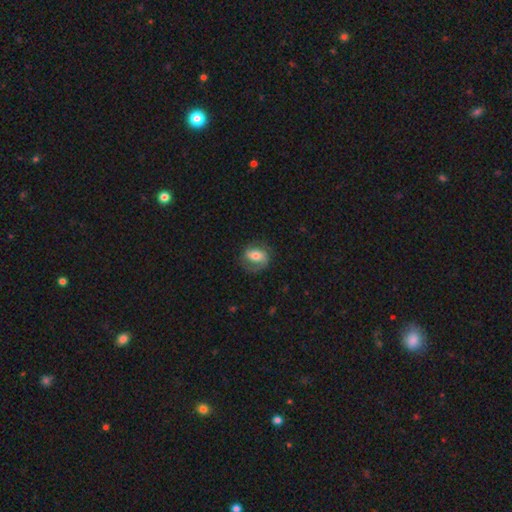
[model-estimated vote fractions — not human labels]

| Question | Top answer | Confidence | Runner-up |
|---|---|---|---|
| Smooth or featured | smooth | 48% | featured or disk (44%) |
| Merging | none | 65% | minor disturbance (21%) |